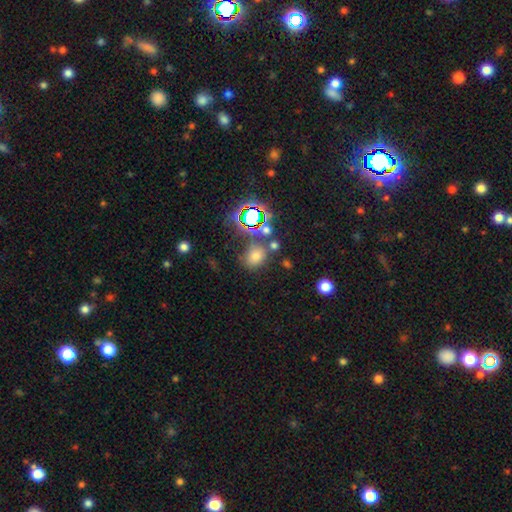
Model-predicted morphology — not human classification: smooth_or_featured: smooth (p=0.64) [alt: star or artifact p=0.27]
how_rounded: round (p=0.53) [alt: in between p=0.46]
merging: none (p=0.68) [alt: minor disturbance p=0.13]